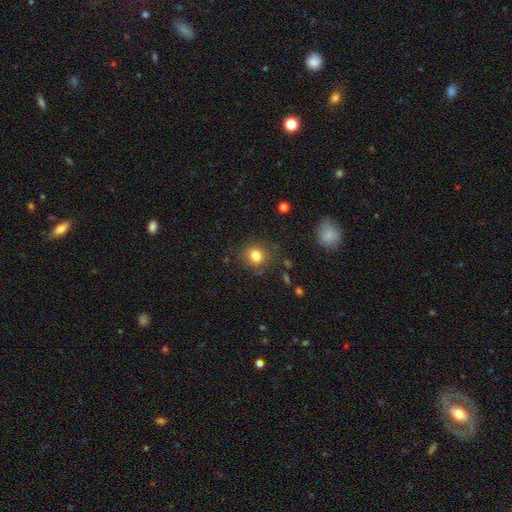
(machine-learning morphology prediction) A smooth galaxy with no disk features (81%) that is round (82%). Merging: none (83%).